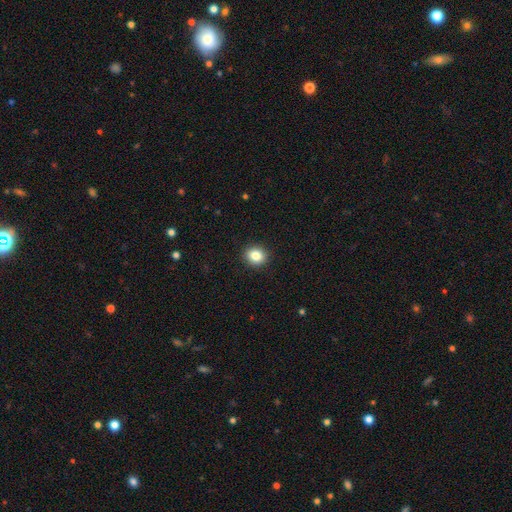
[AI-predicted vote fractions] Smooth or featured: smooth — 84% (star or artifact — 10%)
How rounded: round — 77% (in between — 22%)
Merging: none — 92% (minor disturbance — 5%)